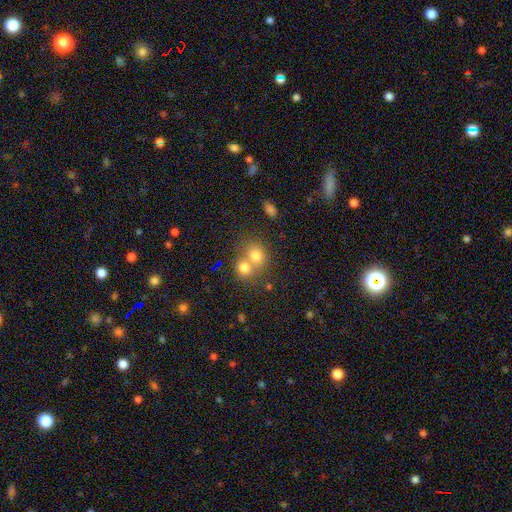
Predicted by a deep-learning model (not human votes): Q: Smooth or featured?
A: smooth (75%); runner-up: star or artifact (13%)
Q: How rounded?
A: round (67%); runner-up: in between (32%)
Q: Merging?
A: merger (56%); runner-up: none (34%)